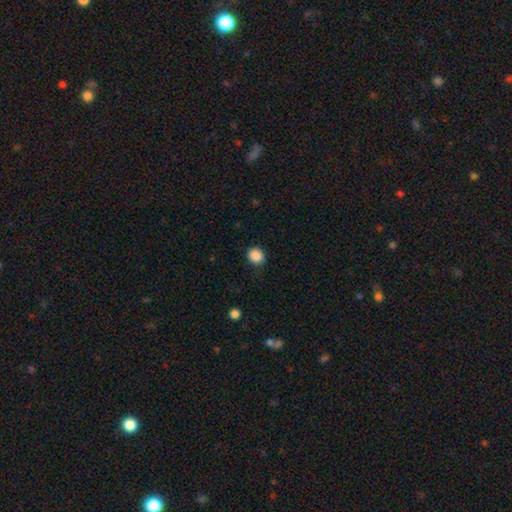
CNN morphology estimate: Smooth or featured: smooth — 88% (star or artifact — 10%)
How rounded: round — 73% (in between — 26%)
Merging: none — 86% (minor disturbance — 10%)